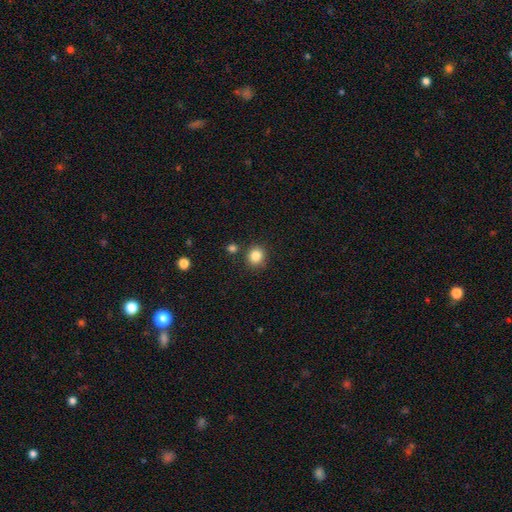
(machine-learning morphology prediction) A smooth galaxy with no disk features (84%) that is round (88%). Merging: none (84%).